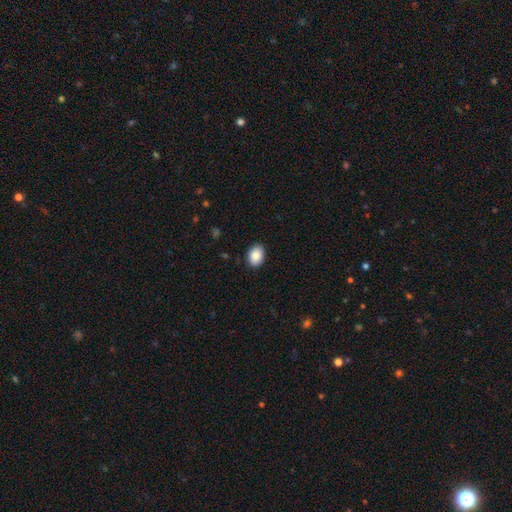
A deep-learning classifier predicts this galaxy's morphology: Smooth or featured? smooth (87%)
How rounded? in between (76%)
Merging? none (89%)